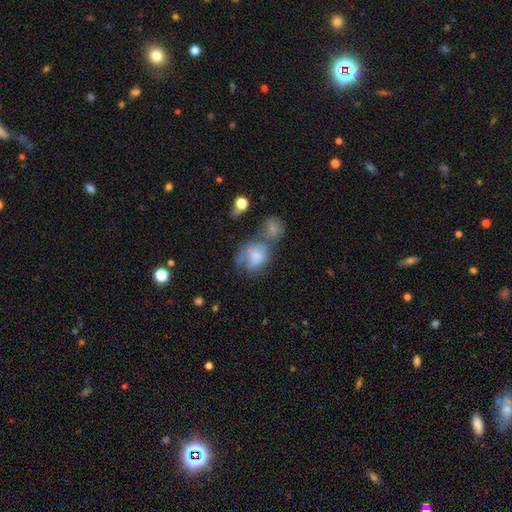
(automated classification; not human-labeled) A smooth galaxy with no disk features (63%) that is in between round and cigar-shaped (52%). Merging: merger (42%).